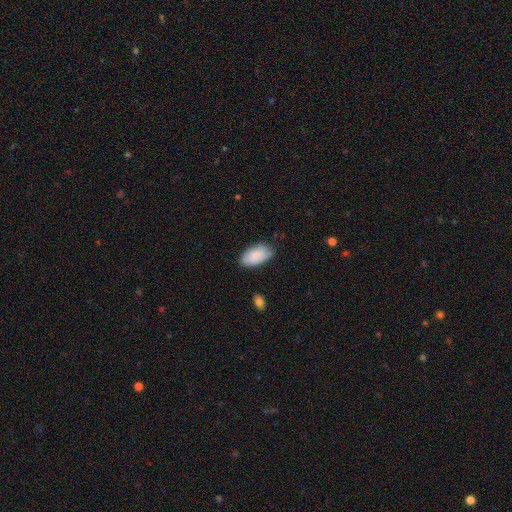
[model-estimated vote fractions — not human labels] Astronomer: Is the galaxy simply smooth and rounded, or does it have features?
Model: smooth — 82%.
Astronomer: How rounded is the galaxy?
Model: in between — 95%.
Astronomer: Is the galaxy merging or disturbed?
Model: none — 71%.